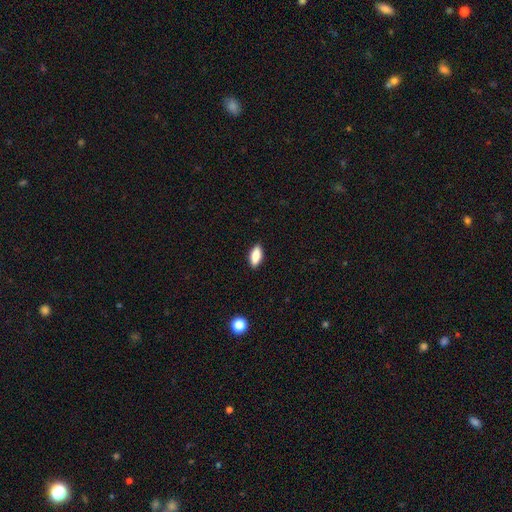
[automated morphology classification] smooth-or-featured: smooth: 80% | featured or disk: 13% | star or artifact: 7%
  how-rounded: in between: 80% | cigar-shaped: 17% | round: 3%
  merging: none: 89% | minor disturbance: 8% | major disturbance: 2% | merger: 1%